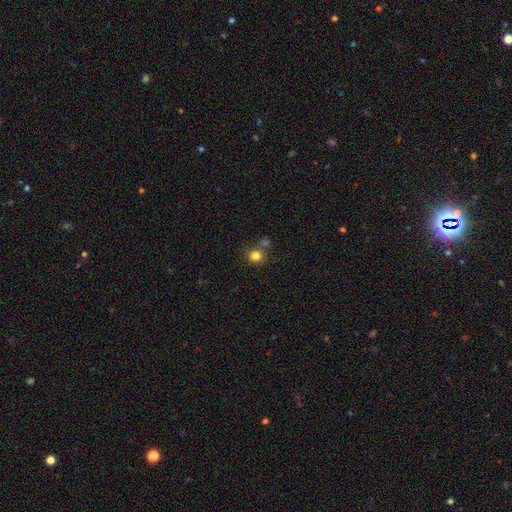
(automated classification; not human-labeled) A smooth galaxy with no disk features (81%) that is round (85%). Merging: none (66%).